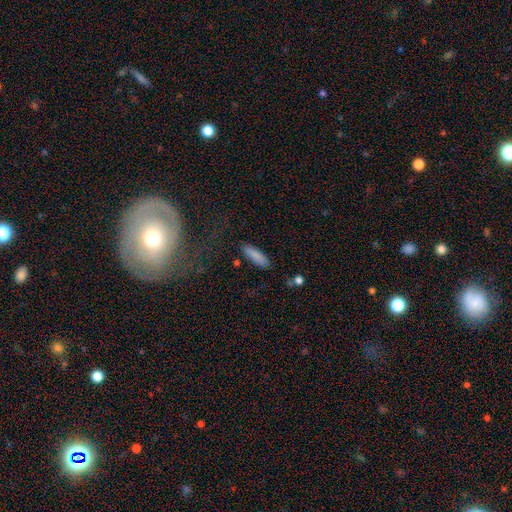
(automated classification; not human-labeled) smooth 85%, featured or disk 8%, star or artifact 7%. Down the decision tree: how rounded — cigar-shaped (60%); merging — none (83%).